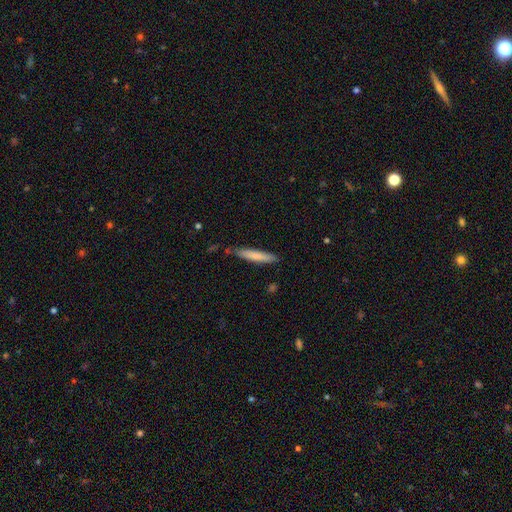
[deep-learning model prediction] Morphology: type=smooth (76%); roundness=cigar-shaped (92%); merging=none (81%).